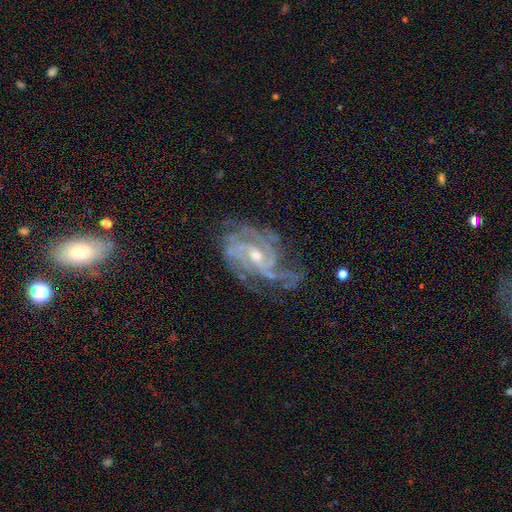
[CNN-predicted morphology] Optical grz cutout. It shows a featured or disk galaxy (89%) with a weak bar (44%), 3 (29%) tight (51%) spiral arms (97%) and a moderate central bulge (49%). Merging: none (63%).